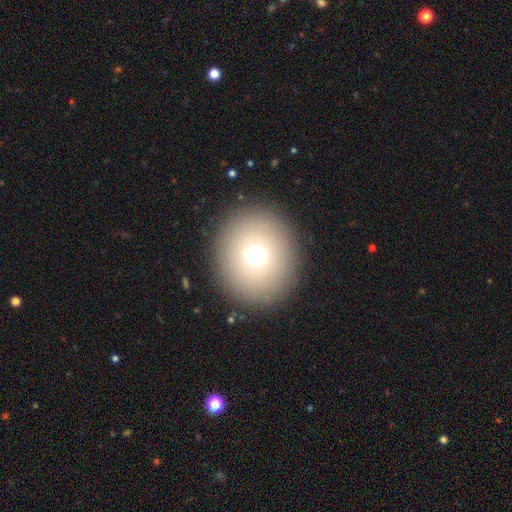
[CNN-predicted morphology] Smooth or featured? Predicted: smooth (p=0.68). How rounded? Predicted: round (p=0.84). Merging? Predicted: none (p=0.89).